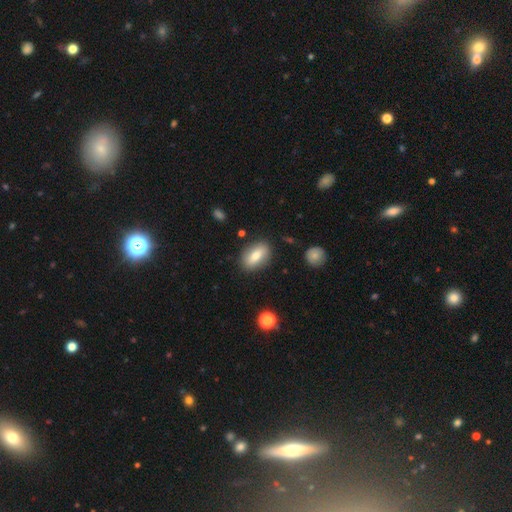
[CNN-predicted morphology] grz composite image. It shows a smooth galaxy with no disk features (76%) that is in between round and cigar-shaped (87%). Merging: none (85%).